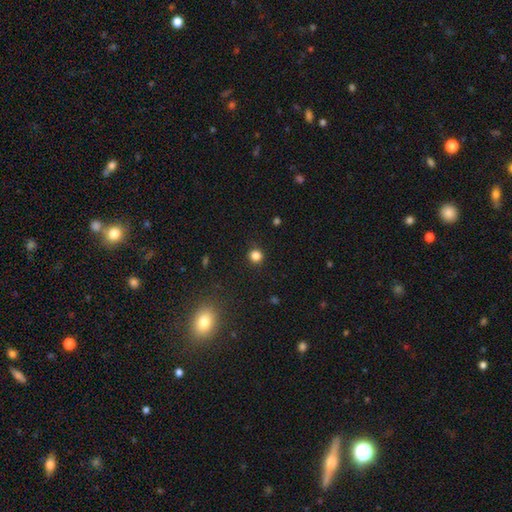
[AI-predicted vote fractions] Smooth or featured: smooth — 83% (star or artifact — 14%)
How rounded: round — 92% (in between — 7%)
Merging: none — 89% (minor disturbance — 7%)